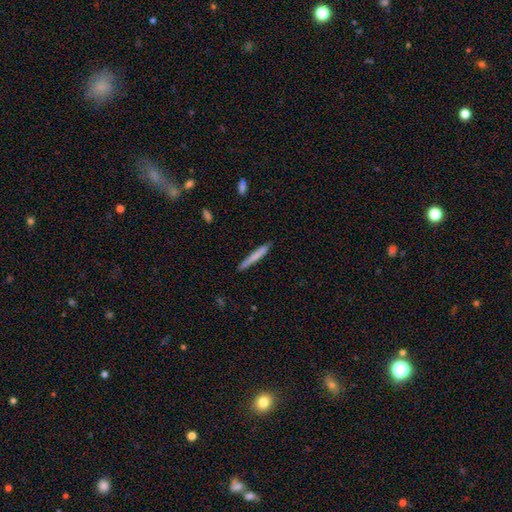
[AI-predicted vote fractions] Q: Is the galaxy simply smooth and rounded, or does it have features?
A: smooth — 71%.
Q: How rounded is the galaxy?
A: cigar-shaped — 96%.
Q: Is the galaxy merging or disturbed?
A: none — 86%.